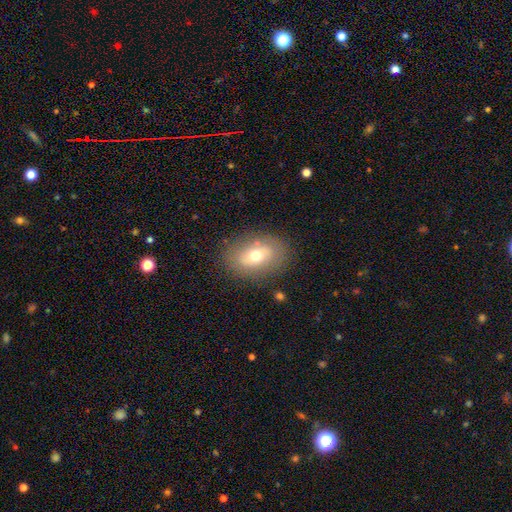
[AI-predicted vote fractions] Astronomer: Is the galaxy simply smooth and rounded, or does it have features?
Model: smooth — 58%.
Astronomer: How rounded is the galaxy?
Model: in between — 78%.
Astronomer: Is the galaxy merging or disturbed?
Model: none — 81%.